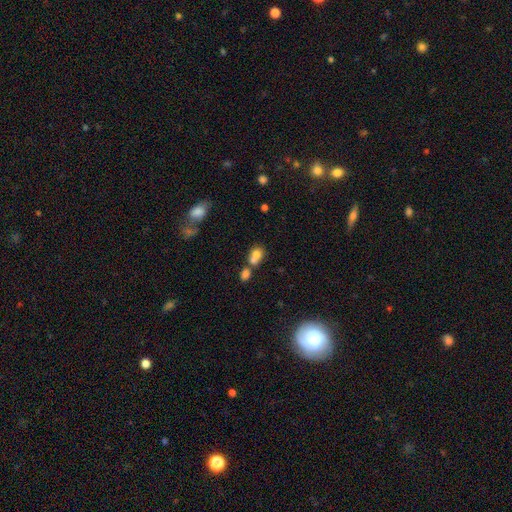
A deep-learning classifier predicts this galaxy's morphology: smooth-or-featured: smooth: 74% | featured or disk: 15% | star or artifact: 12%
  how-rounded: round: 54% | in between: 45% | cigar-shaped: 2%
  merging: merger: 61% | none: 28% | minor disturbance: 8% | major disturbance: 4%